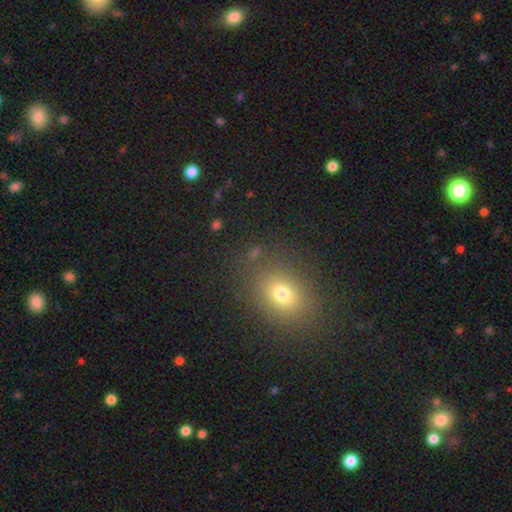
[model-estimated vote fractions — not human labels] smooth-or-featured: smooth: 67% | star or artifact: 23% | featured or disk: 10%
  how-rounded: in between: 54% | round: 45% | cigar-shaped: 2%
  merging: none: 85% | minor disturbance: 9% | major disturbance: 3% | merger: 3%